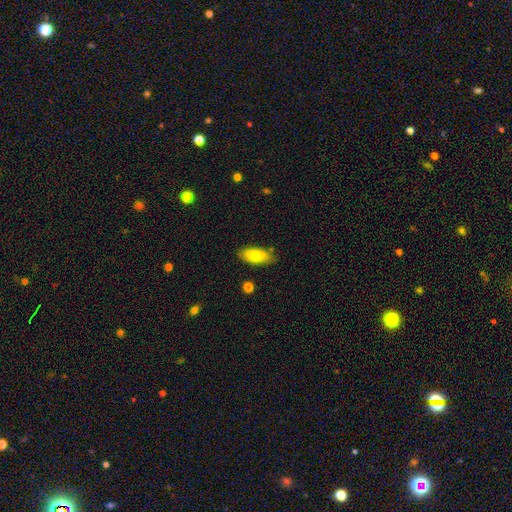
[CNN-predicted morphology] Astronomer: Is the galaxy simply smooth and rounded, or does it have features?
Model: smooth — 84%.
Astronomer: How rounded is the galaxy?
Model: in between — 83%.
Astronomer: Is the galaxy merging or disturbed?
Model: none — 79%.